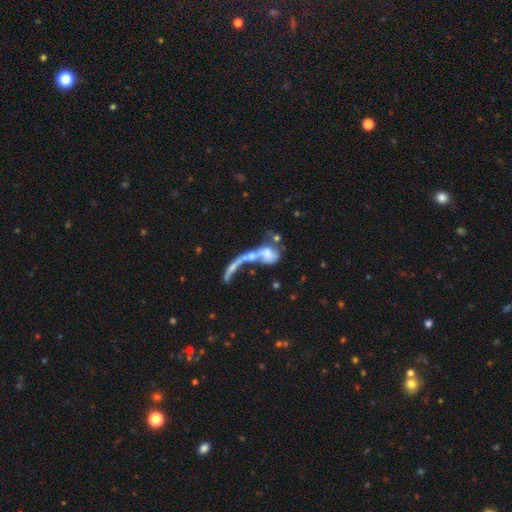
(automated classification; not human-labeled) The model was most divided on "smooth or featured": featured or disk: 52%, smooth: 32%, star or artifact: 16%. More confident: edge-on disk — no (83%); merging — merger (61%).